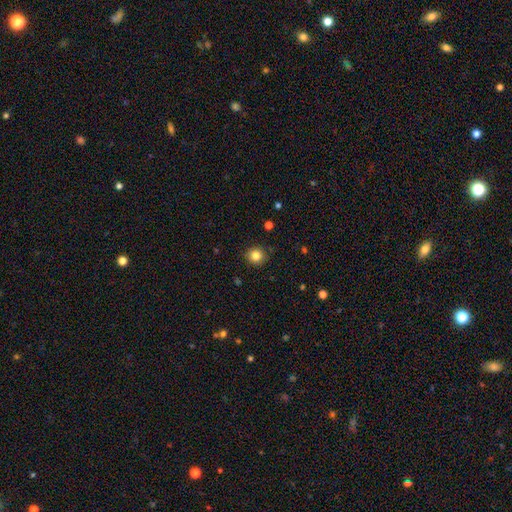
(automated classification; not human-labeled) Smooth or featured?
  - smooth: 83% *
  - star or artifact: 11%
  - featured or disk: 6%
How rounded?
  - round: 92% *
  - in between: 7%
  - cigar-shaped: 1%
Merging?
  - none: 89% *
  - minor disturbance: 8%
  - major disturbance: 2%
  - merger: 1%